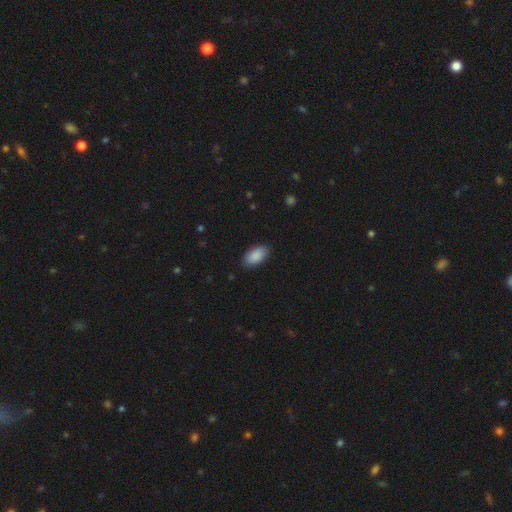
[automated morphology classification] A smooth galaxy with no disk features (90%) that is in between round and cigar-shaped (95%). Merging: none (87%).